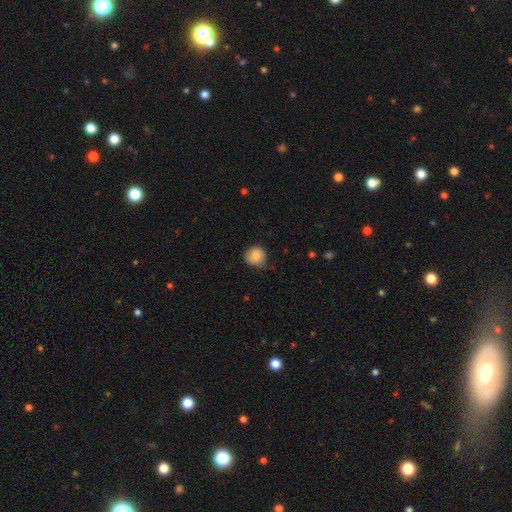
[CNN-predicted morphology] The model was most divided on "merging": none: 75%, minor disturbance: 21%, major disturbance: 3%, merger: 1%. More confident: how rounded — round (88%); smooth or featured — smooth (84%).